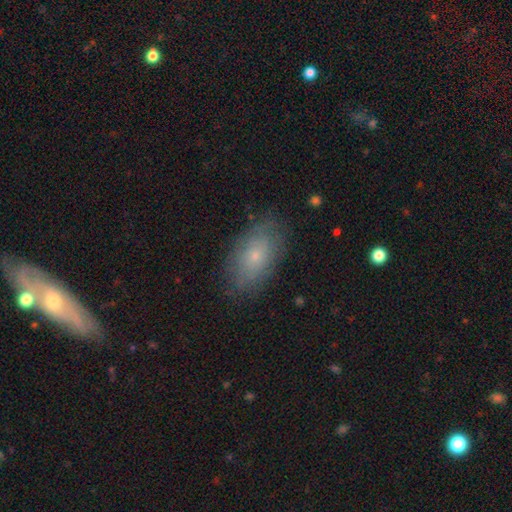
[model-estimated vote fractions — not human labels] A smooth galaxy with no disk features (66%) that is in between round and cigar-shaped (91%). Merging: none (81%).